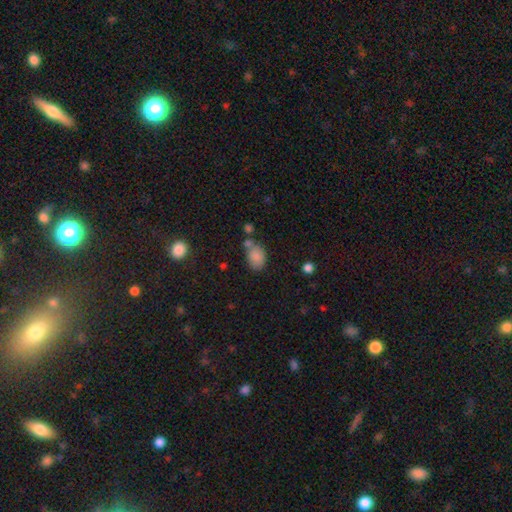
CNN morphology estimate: Q: Smooth or featured?
A: smooth (84%); runner-up: star or artifact (9%)
Q: How rounded?
A: in between (79%); runner-up: round (20%)
Q: Merging?
A: none (56%); runner-up: minor disturbance (19%)